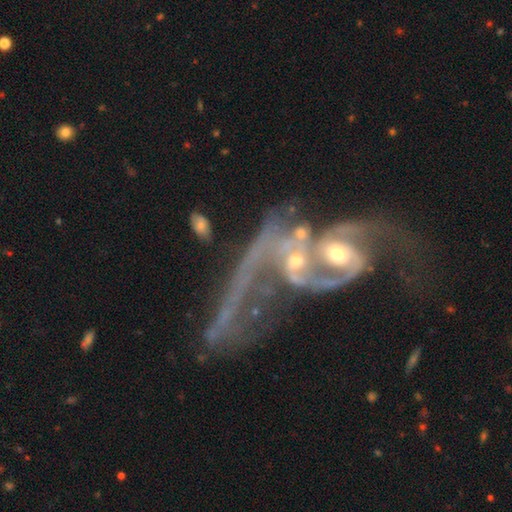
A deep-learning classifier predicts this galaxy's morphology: Smooth or featured? featured or disk (83%)
Edge-on disk? no (94%)
Bar? no (54%)
Spiral arms? yes (84%)
Spiral winding? loose (53%)
Spiral arm count? 2 (66%)
Bulge size? moderate (51%)
Merging? merger (67%)